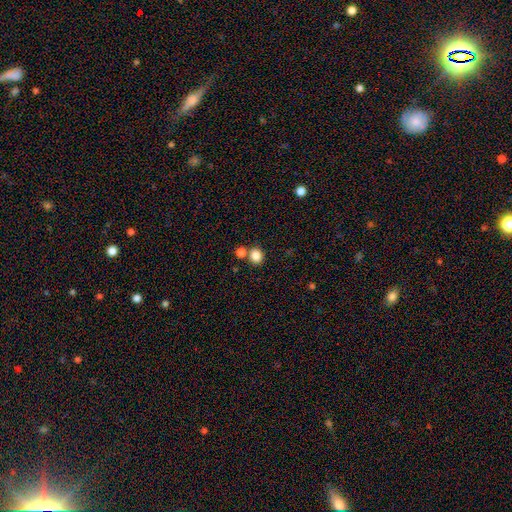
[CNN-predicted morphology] The model was most divided on "merging": none: 68%, merger: 21%, minor disturbance: 8%, major disturbance: 3%. More confident: smooth or featured — smooth (84%); how rounded — round (77%).